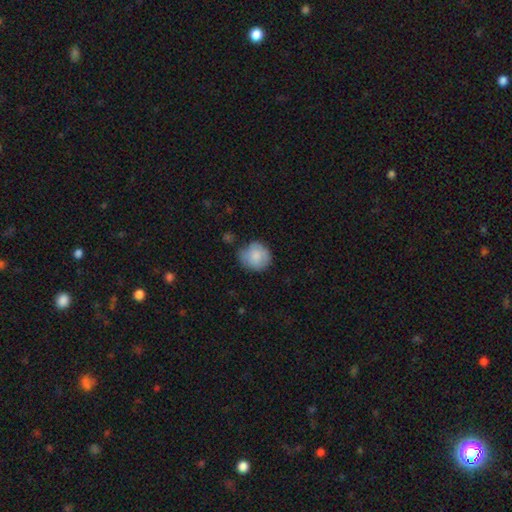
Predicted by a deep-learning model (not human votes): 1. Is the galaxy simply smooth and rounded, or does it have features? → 81% smooth, 12% featured or disk, 7% star or artifact.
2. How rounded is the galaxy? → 88% round, 11% in between, 1% cigar-shaped.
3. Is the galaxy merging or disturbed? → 61% none, 28% minor disturbance, 7% major disturbance, 4% merger.